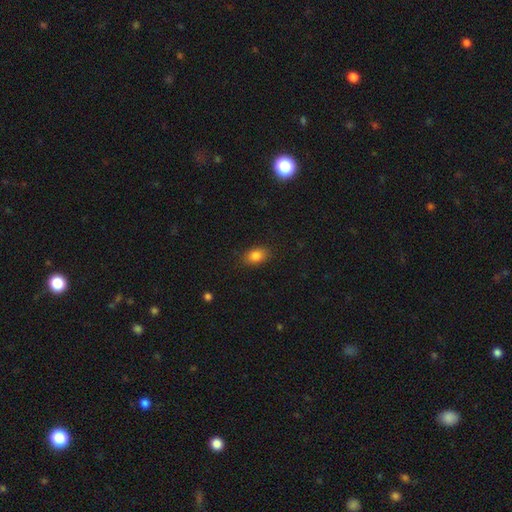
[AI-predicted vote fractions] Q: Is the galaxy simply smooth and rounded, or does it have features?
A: smooth — 84%.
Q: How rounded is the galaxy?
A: in between — 81%.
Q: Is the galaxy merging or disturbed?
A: none — 86%.